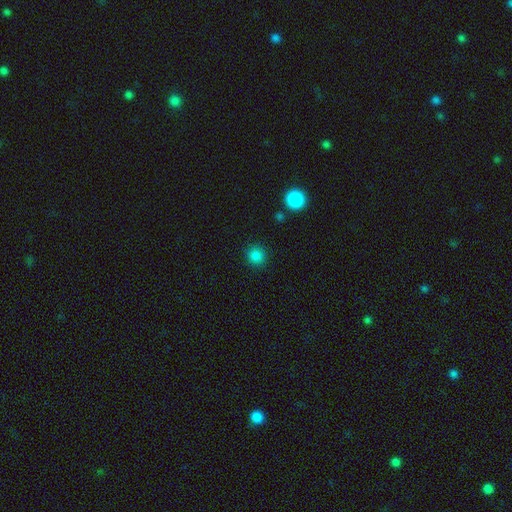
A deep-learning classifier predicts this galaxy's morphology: smooth-or-featured: smooth: 84% | star or artifact: 12% | featured or disk: 4%
  how-rounded: round: 92% | in between: 7% | cigar-shaped: 1%
  merging: none: 90% | minor disturbance: 6% | major disturbance: 2% | merger: 2%